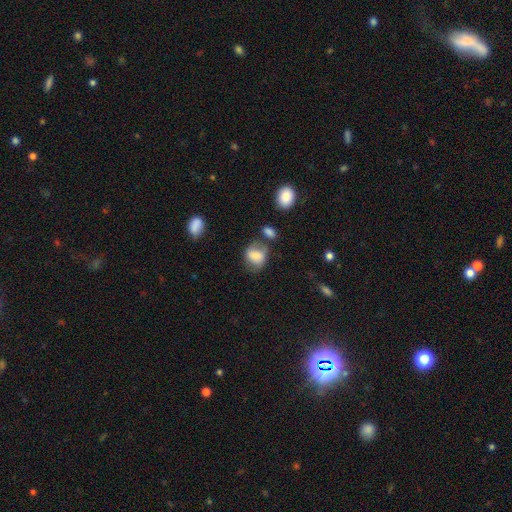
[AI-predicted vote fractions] A smooth galaxy with no disk features (69%) that is round (52%). Merging: none (54%).